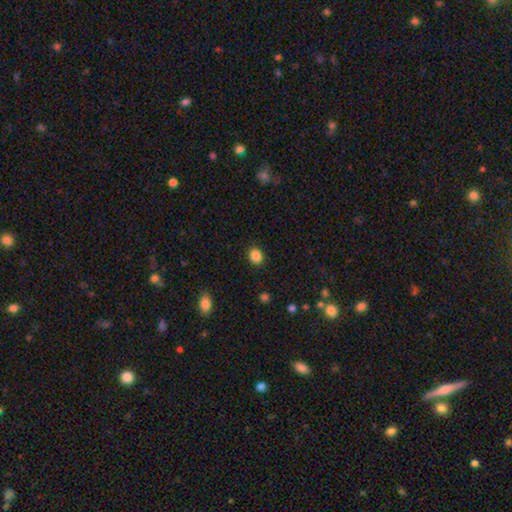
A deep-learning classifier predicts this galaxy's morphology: Overall: smooth (87%). How rounded: round (66%; in between 33%). Merging: none (90%).